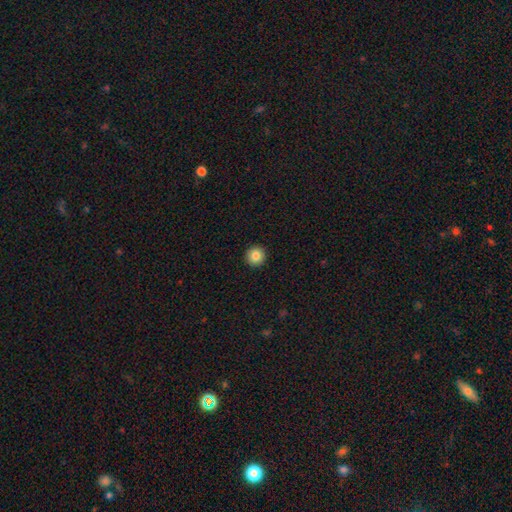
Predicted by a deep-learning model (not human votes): Overall: smooth (85%). How rounded: round (96%). Merging: none (94%).